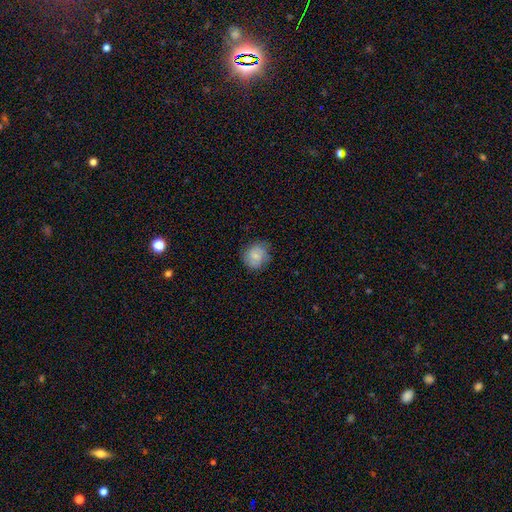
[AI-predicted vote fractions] A smooth galaxy with no disk features (69%) that is round (84%).

Vote fractions:
- Smooth or featured? smooth: 69% / featured or disk: 23% / star or artifact: 8%
- How rounded? round: 84% / in between: 15% / cigar-shaped: 1%
- Merging? none: 71% / minor disturbance: 21% / major disturbance: 7% / merger: 1%